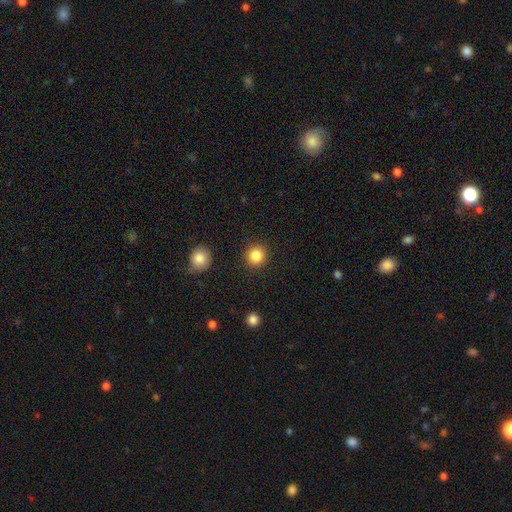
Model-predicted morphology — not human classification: Smooth or featured? smooth (86%)
How rounded? round (92%)
Merging? none (91%)